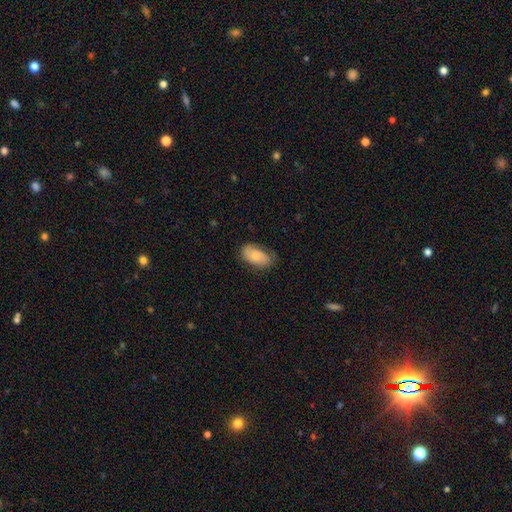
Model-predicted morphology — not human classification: smooth-or-featured: smooth: 74% | featured or disk: 19% | star or artifact: 6%
  how-rounded: in between: 94% | round: 4% | cigar-shaped: 2%
  merging: none: 61% | minor disturbance: 29% | major disturbance: 9% | merger: 1%